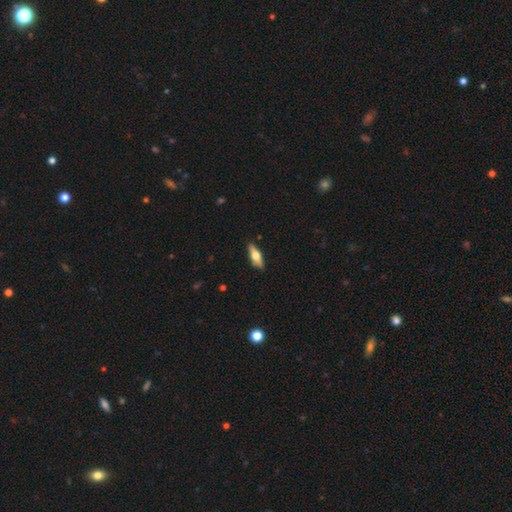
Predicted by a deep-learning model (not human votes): featured or disk 53%, smooth 41%, star or artifact 6%. Down the decision tree: edge-on disk — yes (91%); merging — none (87%).